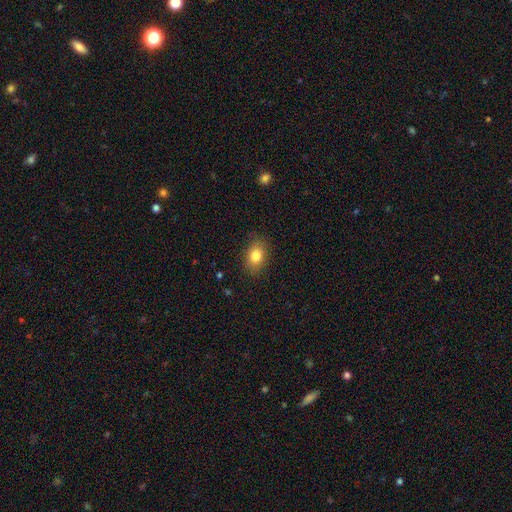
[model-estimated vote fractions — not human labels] A smooth galaxy with no disk features (82%) that is in between round and cigar-shaped (71%).

Vote fractions:
- Smooth or featured? smooth: 82% / star or artifact: 9% / featured or disk: 8%
- How rounded? in between: 71% / round: 27% / cigar-shaped: 1%
- Merging? none: 84% / minor disturbance: 12% / major disturbance: 3% / merger: 1%